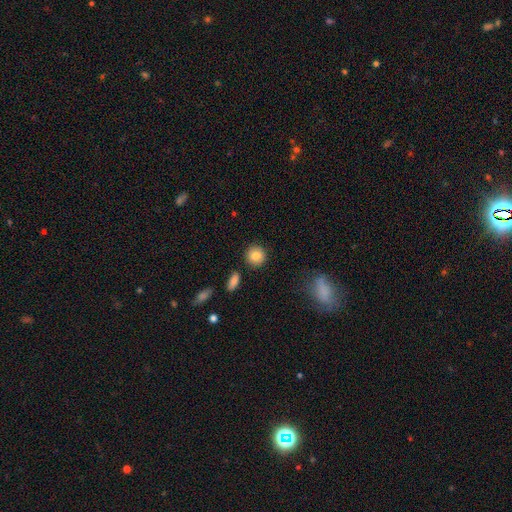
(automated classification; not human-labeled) Morphology: type=smooth (84%); roundness=round (91%); merging=none (88%).